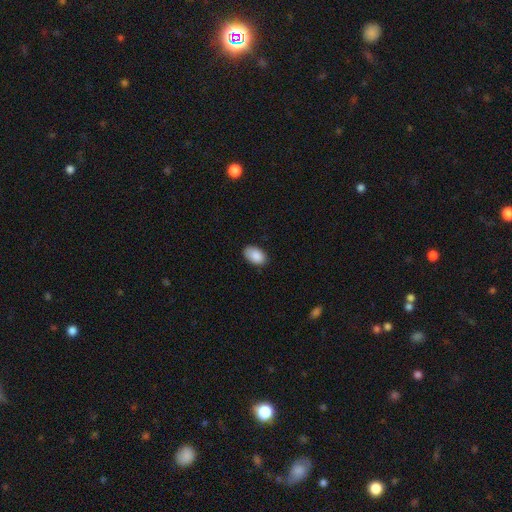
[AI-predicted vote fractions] smooth_or_featured: smooth (p=0.89) [alt: star or artifact p=0.07]
how_rounded: in between (p=0.92) [alt: round p=0.07]
merging: none (p=0.83) [alt: minor disturbance p=0.13]